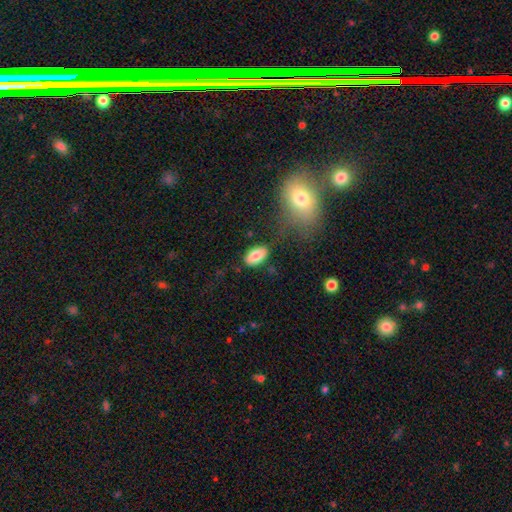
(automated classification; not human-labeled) Smooth or featured: smooth — 81% (featured or disk — 12%)
How rounded: in between — 92% (cigar-shaped — 5%)
Merging: none — 78% (minor disturbance — 15%)